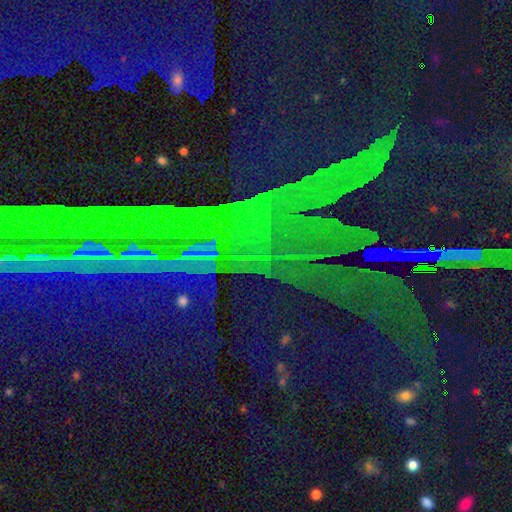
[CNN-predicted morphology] This is clearly a star or artifact rather than a galaxy (87%).